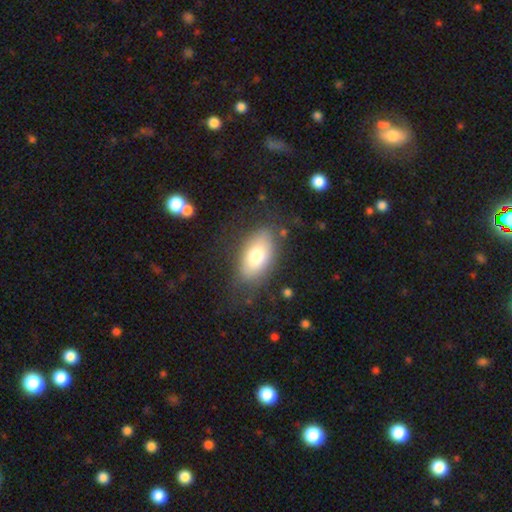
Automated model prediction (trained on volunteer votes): The model was most divided on "smooth or featured": smooth: 72%, featured or disk: 20%, star or artifact: 8%. More confident: how rounded — in between (90%); merging — none (75%).